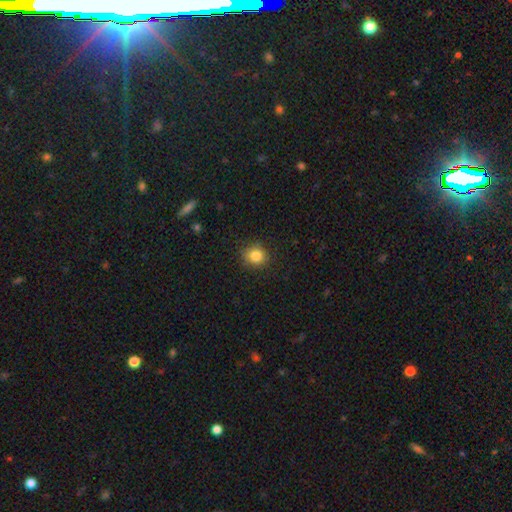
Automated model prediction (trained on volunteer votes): Q: Smooth or featured?
A: smooth (84%); runner-up: star or artifact (11%)
Q: How rounded?
A: round (84%); runner-up: in between (15%)
Q: Merging?
A: none (85%); runner-up: minor disturbance (12%)